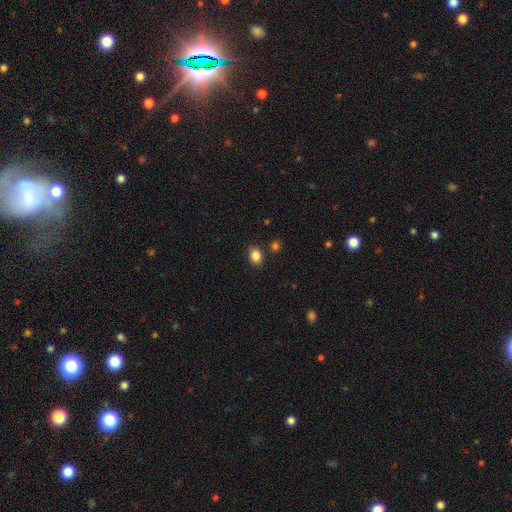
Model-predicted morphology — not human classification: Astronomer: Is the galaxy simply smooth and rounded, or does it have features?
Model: smooth — 85%.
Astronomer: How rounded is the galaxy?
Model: in between — 58% (runner-up: round, 41%).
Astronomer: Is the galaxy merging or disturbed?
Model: none — 82%.